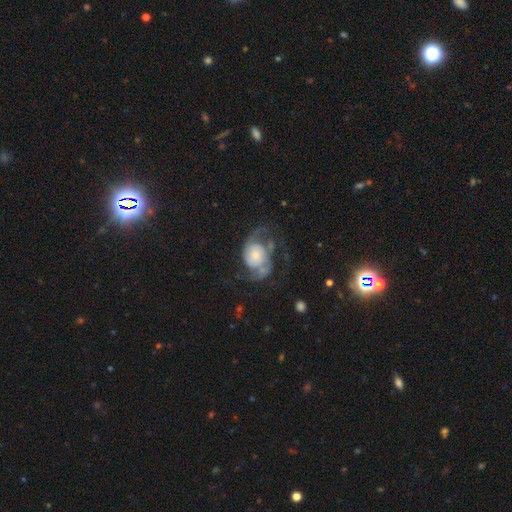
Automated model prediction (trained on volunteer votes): Smooth or featured? Predicted: featured or disk (p=0.74). Edge-on disk? Predicted: no (p=0.97). Bar? Predicted: no (p=0.75). Spiral arms? Predicted: yes (p=0.88). Spiral winding? Predicted: medium (p=0.43). Spiral arm count? Predicted: 2 (p=0.79). Bulge size? Predicted: small (p=0.46). Merging? Predicted: none (p=0.45).